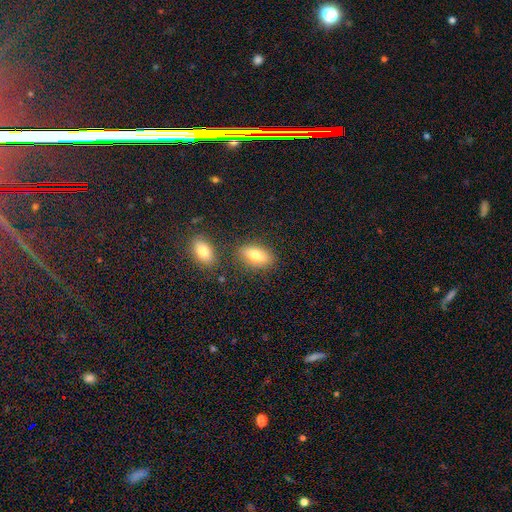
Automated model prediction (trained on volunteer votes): Smooth or featured? Predicted: smooth (p=0.77). How rounded? Predicted: in between (p=0.85). Merging? Predicted: none (p=0.79).